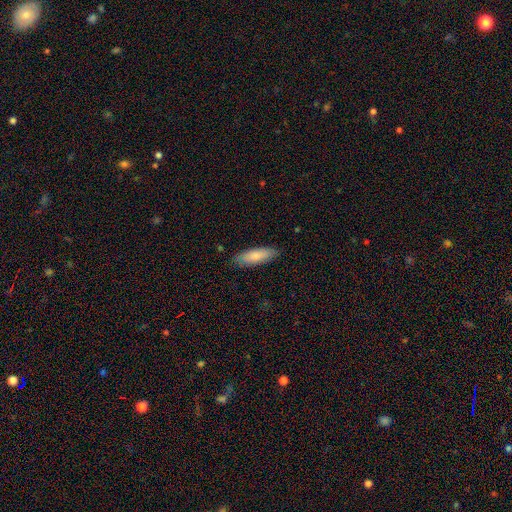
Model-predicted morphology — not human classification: Smooth or featured? Predicted: smooth (p=0.81). How rounded? Predicted: in between (p=0.54). Merging? Predicted: none (p=0.86).